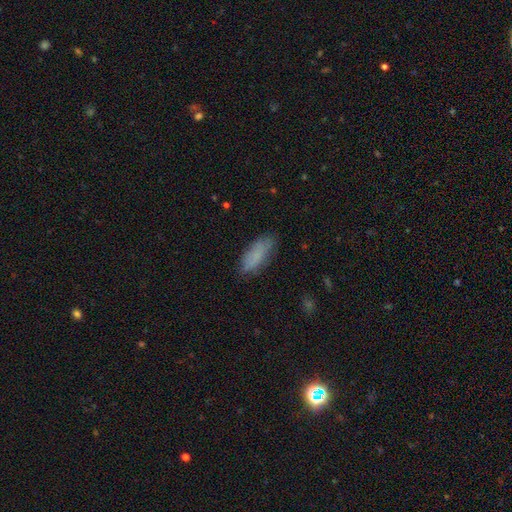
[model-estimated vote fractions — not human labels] Smooth or featured? Predicted: smooth (p=0.80). How rounded? Predicted: in between (p=0.71). Merging? Predicted: none (p=0.73).